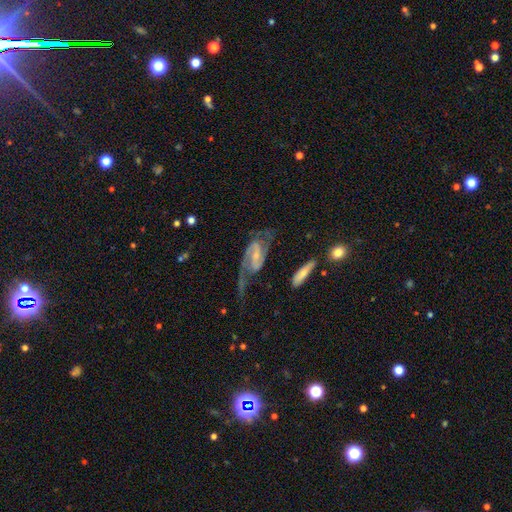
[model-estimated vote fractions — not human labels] A featured or disk galaxy (89%) with a weak bar (46%), 2 (90%) medium (47%) spiral arms (97%) and a small central bulge (64%).

Vote fractions:
- Smooth or featured? featured or disk: 89% / smooth: 6% / star or artifact: 5%
- Edge-on disk? no: 95% / yes: 5%
- Bar? weak: 46% / strong: 31% / no: 23%
- Spiral arms? yes: 97% / no: 3%
- Spiral winding? medium: 47% / loose: 35% / tight: 18%
- Spiral arm count? 2: 90% / can't tell: 3% / 1: 3% / 3: 1% / 4: 1% / more than 4: 1%
- Bulge size? small: 64% / moderate: 25% / none: 8% / large: 2% / dominant: 1%
- Merging? none: 53% / major disturbance: 25% / minor disturbance: 17% / merger: 5%